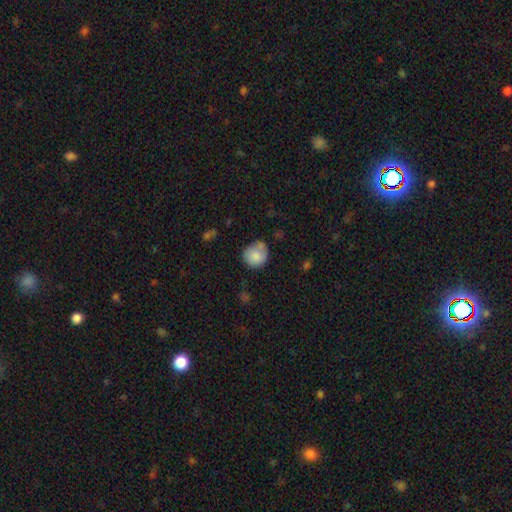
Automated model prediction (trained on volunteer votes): Smooth or featured?
  - smooth: 82% *
  - featured or disk: 10%
  - star or artifact: 8%
How rounded?
  - round: 85% *
  - in between: 14%
  - cigar-shaped: 1%
Merging?
  - none: 61% *
  - minor disturbance: 25%
  - merger: 7%
  - major disturbance: 7%